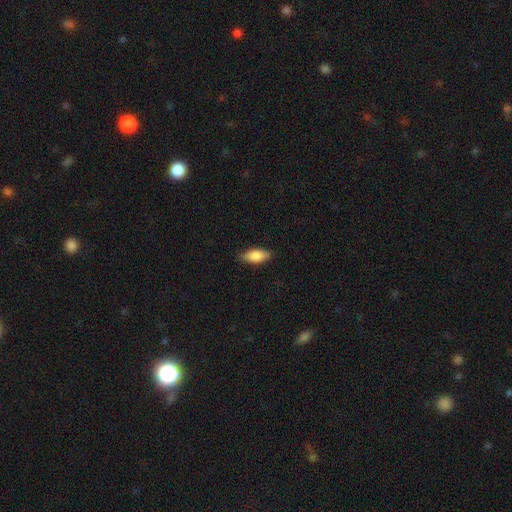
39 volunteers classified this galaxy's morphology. type=smooth (90%); roundness=in between (94%); merging=none (95%).